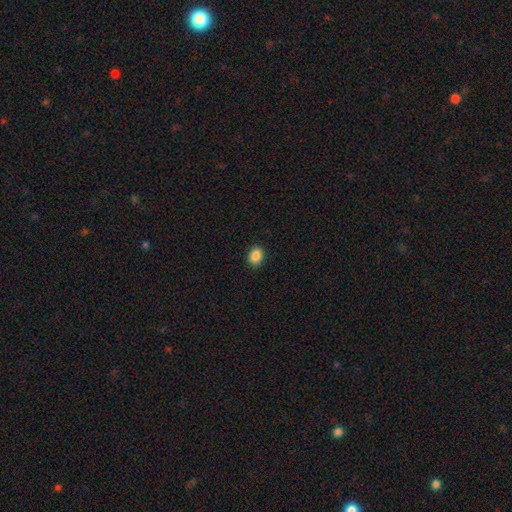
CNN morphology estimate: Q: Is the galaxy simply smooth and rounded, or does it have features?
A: smooth — 88%.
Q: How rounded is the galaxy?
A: in between — 55%.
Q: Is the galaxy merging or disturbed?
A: none — 90%.